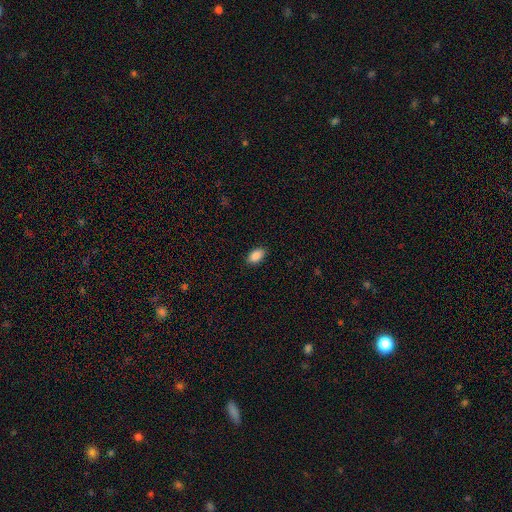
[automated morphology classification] A smooth galaxy with no disk features (89%) that is in between round and cigar-shaped (92%).

Vote fractions:
- Smooth or featured? smooth: 89% / star or artifact: 7% / featured or disk: 4%
- How rounded? in between: 92% / round: 6% / cigar-shaped: 2%
- Merging? none: 89% / minor disturbance: 8% / major disturbance: 2% / merger: 1%